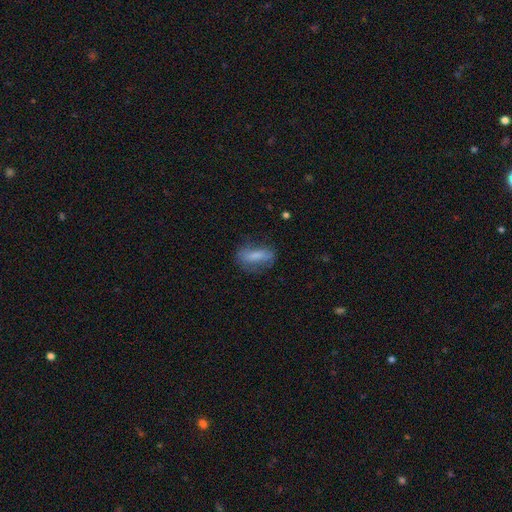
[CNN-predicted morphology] The model was most divided on "smooth or featured": smooth: 57%, featured or disk: 34%, star or artifact: 9%. More confident: how rounded — in between (67%); merging — none (63%).